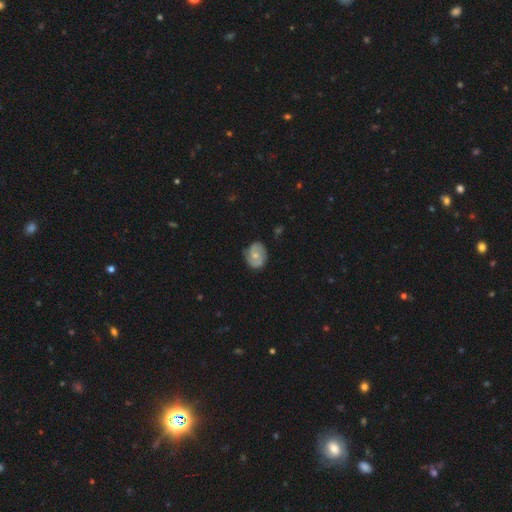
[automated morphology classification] Q: Smooth or featured?
A: featured or disk (59%); runner-up: smooth (35%)
Q: Edge-on disk?
A: no (97%); runner-up: yes (3%)
Q: Bar?
A: no (71%); runner-up: weak (25%)
Q: Spiral arms?
A: yes (85%); runner-up: no (15%)
Q: Bulge size?
A: moderate (48%); runner-up: small (46%)
Q: Merging?
A: none (71%); runner-up: minor disturbance (22%)